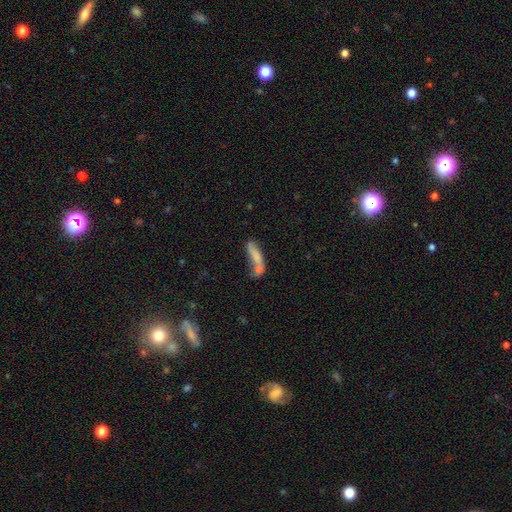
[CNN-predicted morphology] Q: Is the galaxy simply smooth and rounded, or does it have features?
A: smooth — 69%.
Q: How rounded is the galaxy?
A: cigar-shaped — 54%.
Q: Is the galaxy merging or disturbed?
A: merger — 38%.